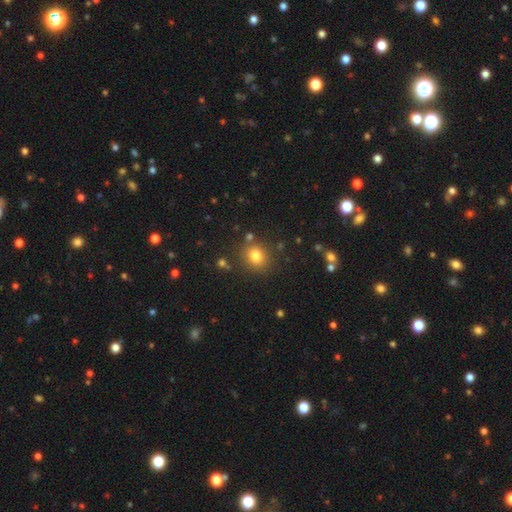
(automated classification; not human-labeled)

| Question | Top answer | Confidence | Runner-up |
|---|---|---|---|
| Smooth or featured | smooth | 79% | star or artifact (14%) |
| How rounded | round | 73% | in between (26%) |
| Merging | none | 82% | minor disturbance (10%) |